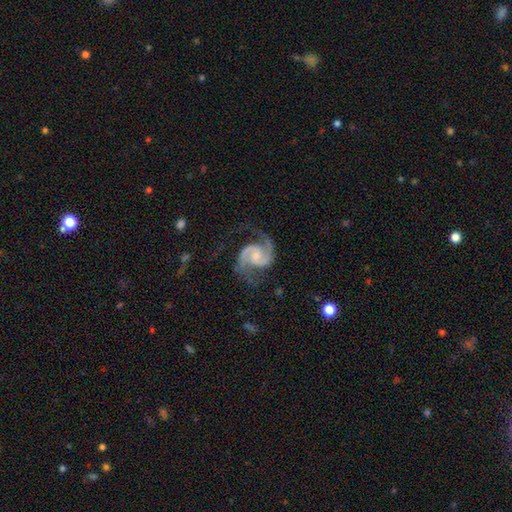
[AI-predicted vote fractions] Smooth or featured? Predicted: featured or disk (p=0.93). Edge-on disk? Predicted: no (p=0.98). Bar? Predicted: no (p=0.54). Spiral arms? Predicted: yes (p=0.99). Spiral winding? Predicted: medium (p=0.62). Spiral arm count? Predicted: 2 (p=0.93). Bulge size? Predicted: small (p=0.46). Merging? Predicted: none (p=0.72).